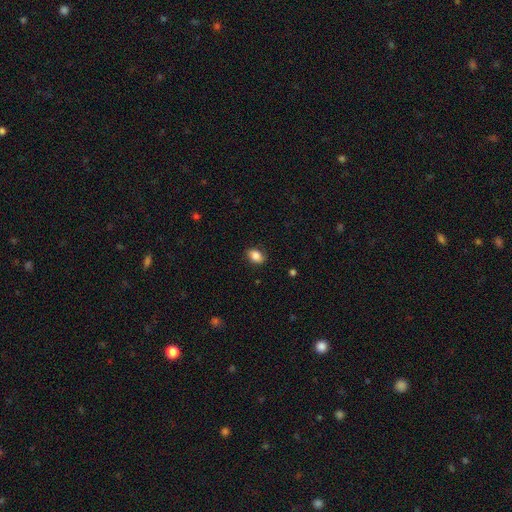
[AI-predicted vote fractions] Smooth or featured?
  - smooth: 87% *
  - star or artifact: 8%
  - featured or disk: 5%
How rounded?
  - in between: 78% *
  - round: 20%
  - cigar-shaped: 1%
Merging?
  - none: 85% *
  - minor disturbance: 11%
  - major disturbance: 3%
  - merger: 1%